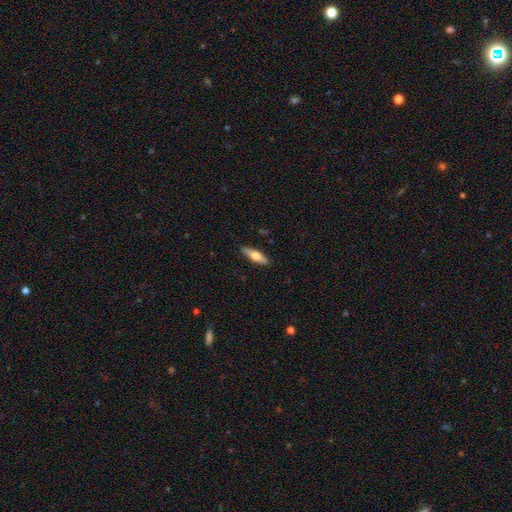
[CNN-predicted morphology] This appears to be a smooth galaxy with no disk features (55%) that is cigar-shaped (55%). Merging: none (89%).